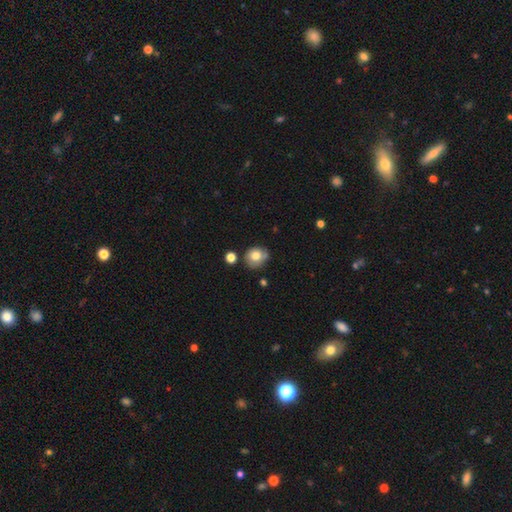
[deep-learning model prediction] Overall: smooth (76%). How rounded: round (73%). Merging: none (63%; minor disturbance 23%).